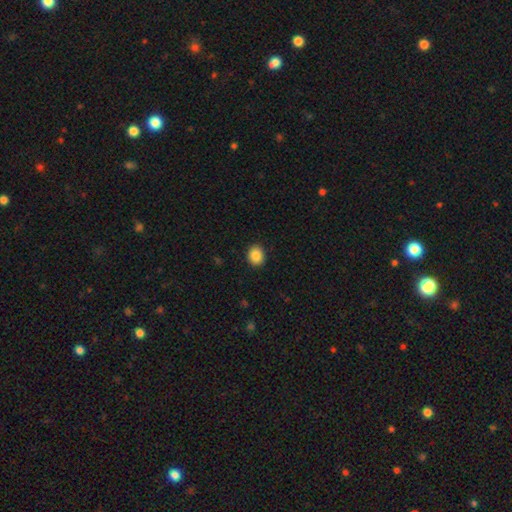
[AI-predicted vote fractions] This appears to be a smooth galaxy with no disk features (87%) that is round (60%). Merging: none (91%).